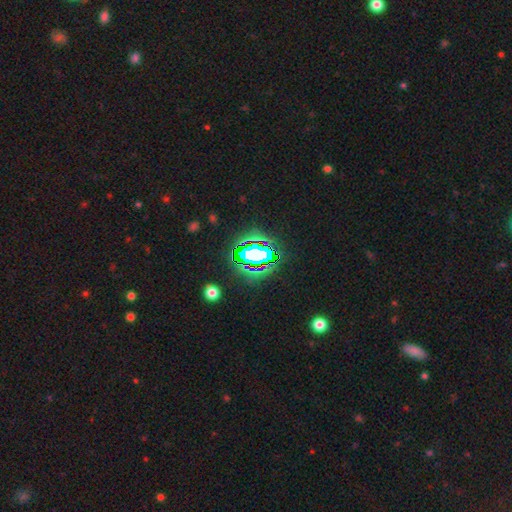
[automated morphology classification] Smooth or featured? Predicted: star or artifact (p=0.67).